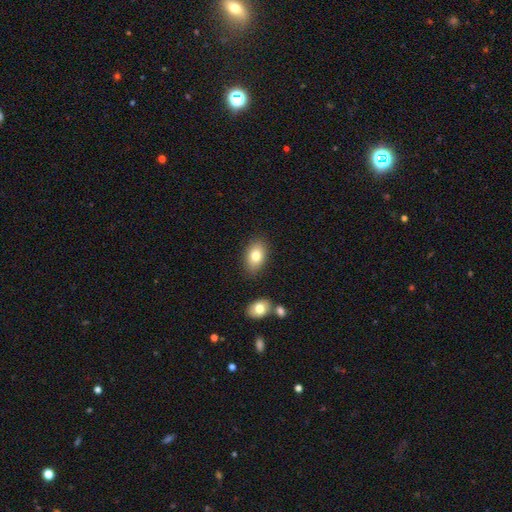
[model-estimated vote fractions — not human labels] smooth-or-featured: smooth: 79% | featured or disk: 12% | star or artifact: 8%
  how-rounded: in between: 88% | round: 10% | cigar-shaped: 2%
  merging: none: 82% | minor disturbance: 11% | merger: 4% | major disturbance: 3%